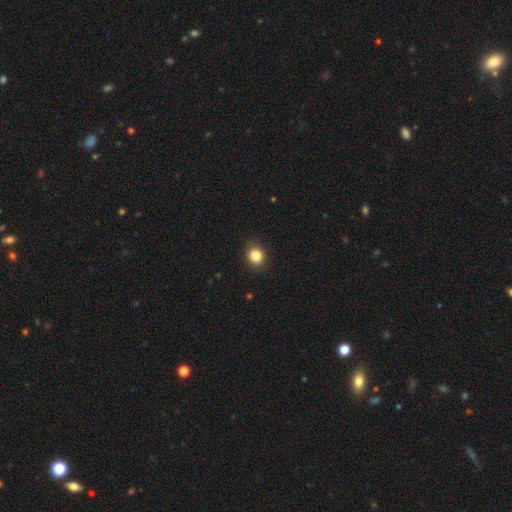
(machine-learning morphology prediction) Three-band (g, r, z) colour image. It shows a smooth galaxy with no disk features (84%) that is round (75%). Merging: none (86%).